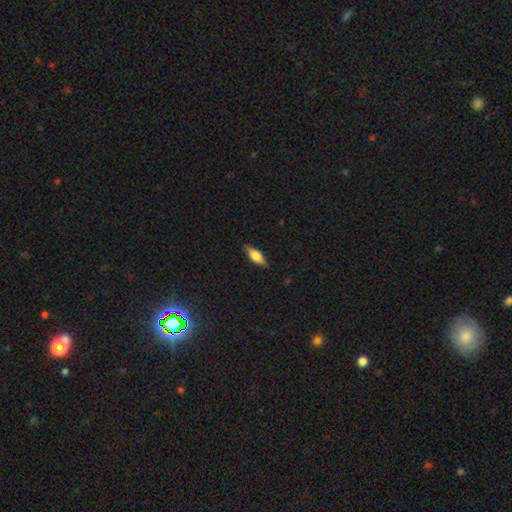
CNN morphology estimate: This appears to be a smooth galaxy with no disk features (54%) that is in between round and cigar-shaped (63%). Merging: none (85%).